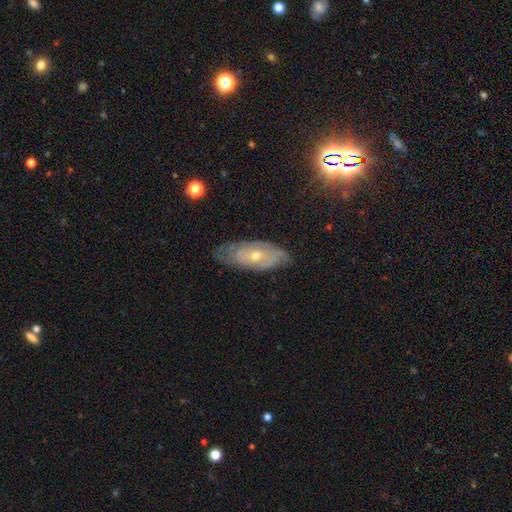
A featured or disk galaxy (82%) with no bar (78%), tight (62%) spiral arms (91%) and a small central bulge (65%).

Vote fractions:
- Smooth or featured? featured or disk: 82% / smooth: 13% / star or artifact: 5%
- Edge-on disk? no: 74% / yes: 26%
- Bar? no: 78% / weak: 22% / strong: 0%
- Spiral arms? yes: 91% / no: 9%
- Spiral winding? tight: 62% / medium: 38% / loose: 0%
- Spiral arm count? can't tell: 76% / 2: 14% / 3: 10% / 1: 0% / 4: 0% / more than 4: 0%
- Bulge size? small: 65% / moderate: 35% / dominant: 0% / large: 0% / none: 0%
- Merging? none: 69% / minor disturbance: 22% / major disturbance: 6% / merger: 3%